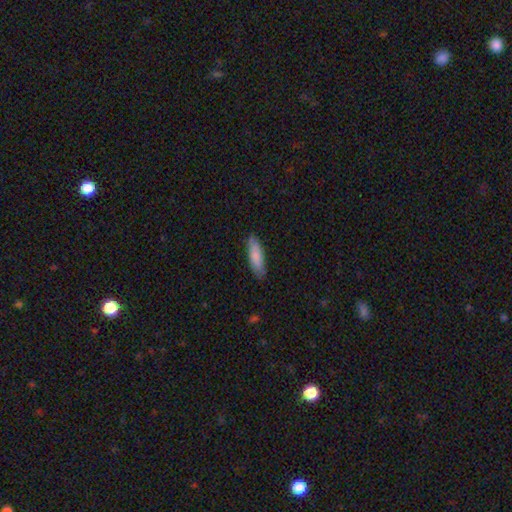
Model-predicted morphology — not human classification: A smooth galaxy with no disk features (85%) that is cigar-shaped (54%).

Vote fractions:
- Smooth or featured? smooth: 85% / featured or disk: 10% / star or artifact: 5%
- How rounded? cigar-shaped: 54% / in between: 44% / round: 1%
- Merging? none: 84% / minor disturbance: 13% / major disturbance: 2% / merger: 1%